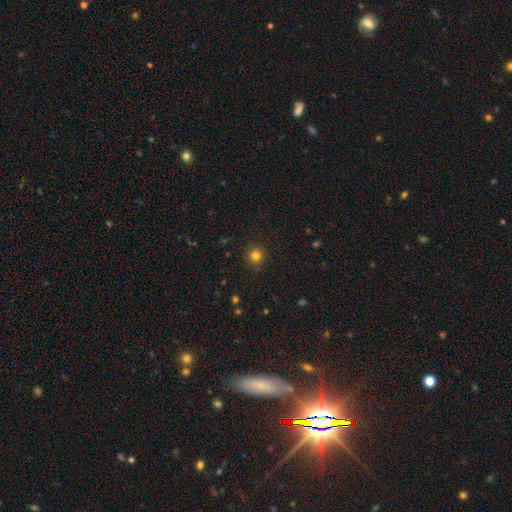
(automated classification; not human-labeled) A smooth galaxy with no disk features (81%) that is round (93%). Merging: none (89%).